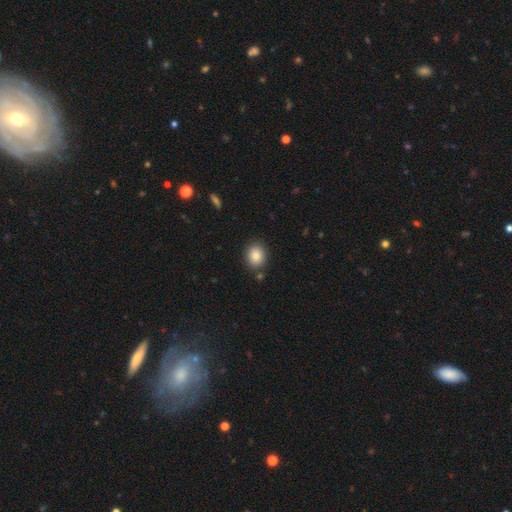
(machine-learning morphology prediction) smooth-or-featured: smooth: 86% | star or artifact: 9% | featured or disk: 5%
  how-rounded: round: 60% | in between: 39% | cigar-shaped: 1%
  merging: none: 85% | minor disturbance: 9% | merger: 3% | major disturbance: 3%